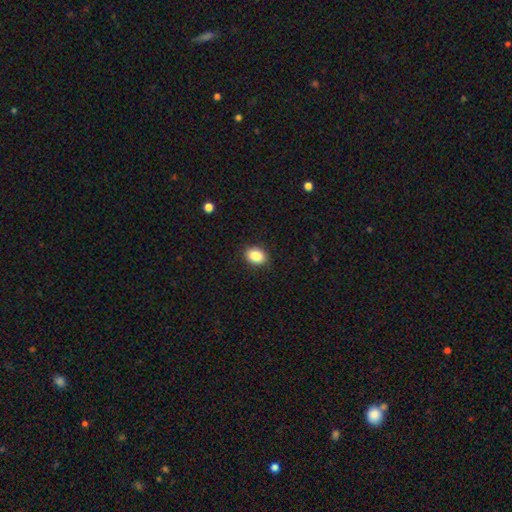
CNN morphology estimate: Overall: smooth (88%). How rounded: in between (74%). Merging: none (89%).